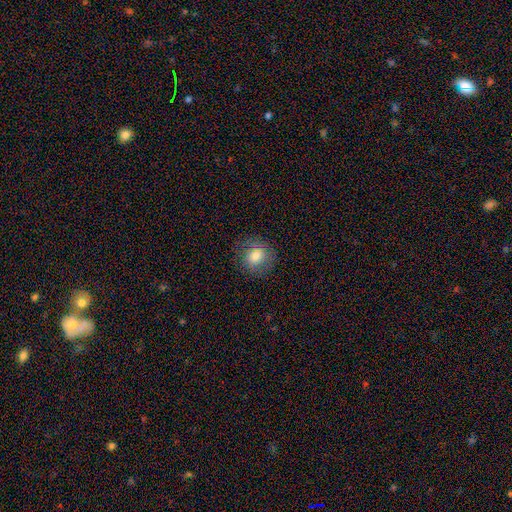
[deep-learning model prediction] smooth-or-featured: smooth: 76% | featured or disk: 13% | star or artifact: 10%
  how-rounded: round: 83% | in between: 16% | cigar-shaped: 1%
  merging: none: 84% | minor disturbance: 11% | major disturbance: 4% | merger: 1%